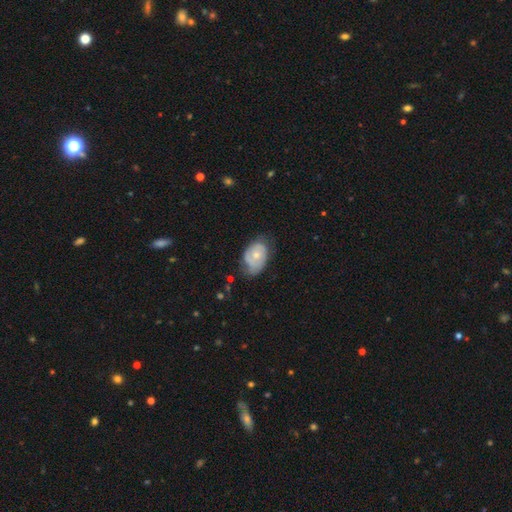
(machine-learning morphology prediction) A featured or disk galaxy (47%).

Vote fractions:
- Smooth or featured? featured or disk: 47% / smooth: 46% / star or artifact: 6%
- Merging? none: 47% / minor disturbance: 37% / major disturbance: 14% / merger: 2%